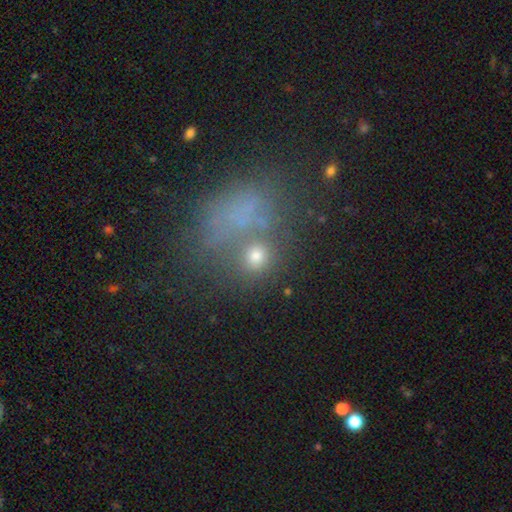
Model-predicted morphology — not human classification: Q: Smooth or featured?
A: smooth (60%); runner-up: star or artifact (24%)
Q: How rounded?
A: round (79%); runner-up: in between (19%)
Q: Merging?
A: none (57%); runner-up: merger (20%)